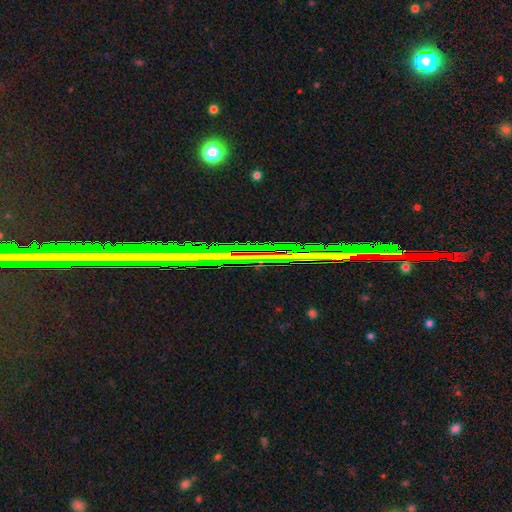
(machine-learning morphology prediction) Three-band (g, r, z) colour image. It shows a star or artifact, not a galaxy (82%).